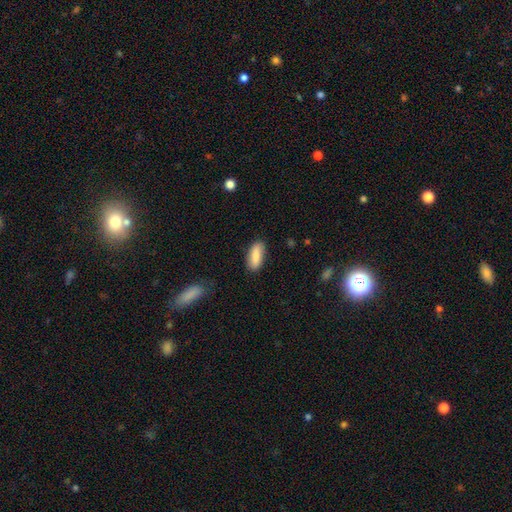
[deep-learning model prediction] Smooth or featured? smooth (85%)
How rounded? in between (72%)
Merging? none (83%)